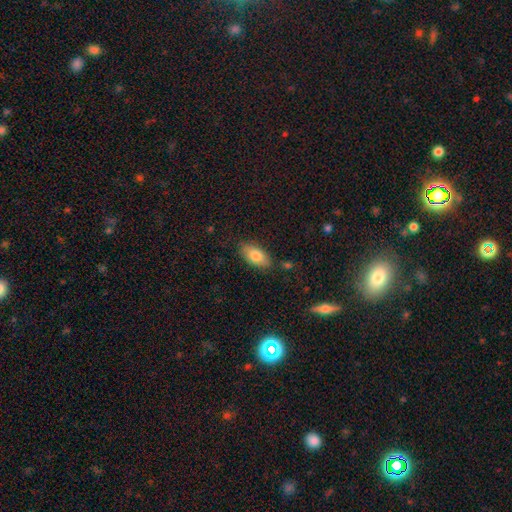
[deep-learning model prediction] smooth-or-featured: smooth: 80% | featured or disk: 13% | star or artifact: 7%
  how-rounded: in between: 90% | cigar-shaped: 7% | round: 3%
  merging: none: 82% | minor disturbance: 13% | major disturbance: 3% | merger: 2%